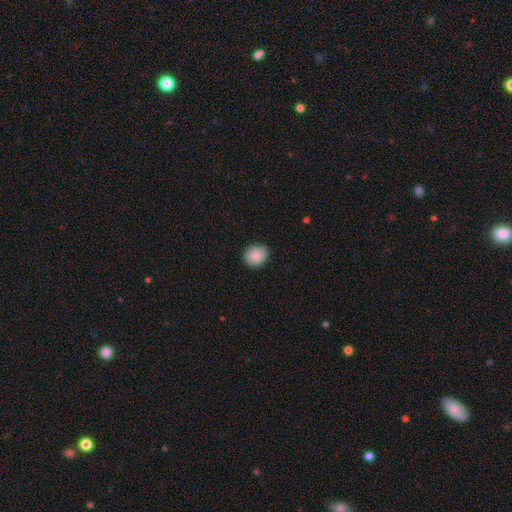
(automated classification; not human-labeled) Smooth or featured? smooth (86%)
How rounded? round (67%)
Merging? none (84%)